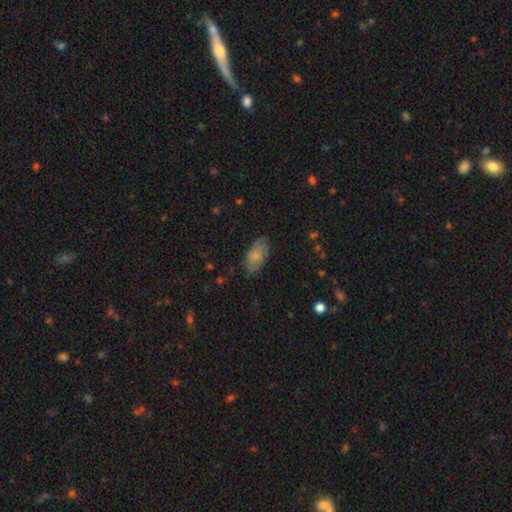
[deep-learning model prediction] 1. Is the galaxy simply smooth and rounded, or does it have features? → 66% smooth, 26% featured or disk, 8% star or artifact.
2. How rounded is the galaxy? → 93% in between, 3% cigar-shaped, 3% round.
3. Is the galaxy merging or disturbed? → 74% none, 20% minor disturbance, 5% major disturbance, 1% merger.